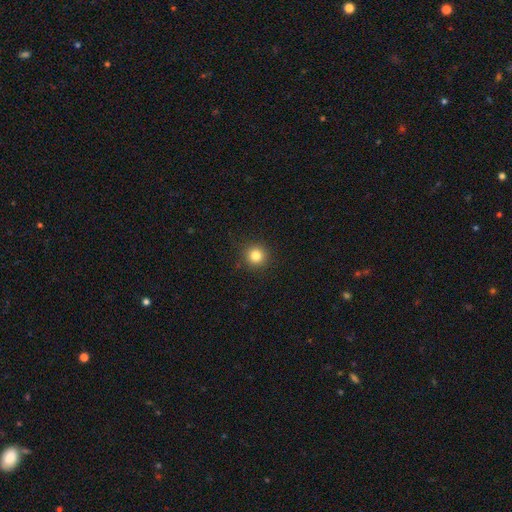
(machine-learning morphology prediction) A smooth galaxy with no disk features (82%) that is round (95%). Merging: none (91%).